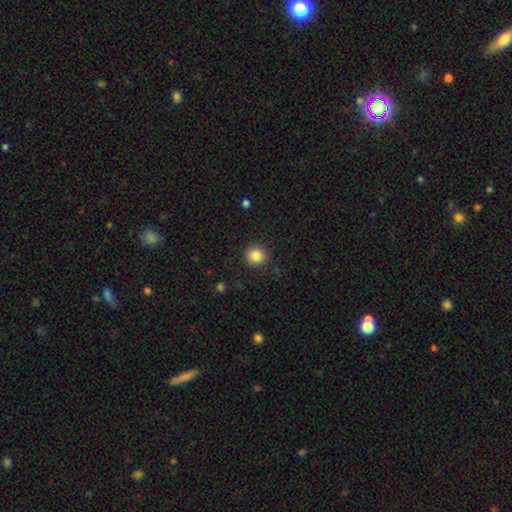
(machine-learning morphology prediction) Smooth or featured? Predicted: smooth (p=0.85). How rounded? Predicted: round (p=0.94). Merging? Predicted: none (p=0.91).